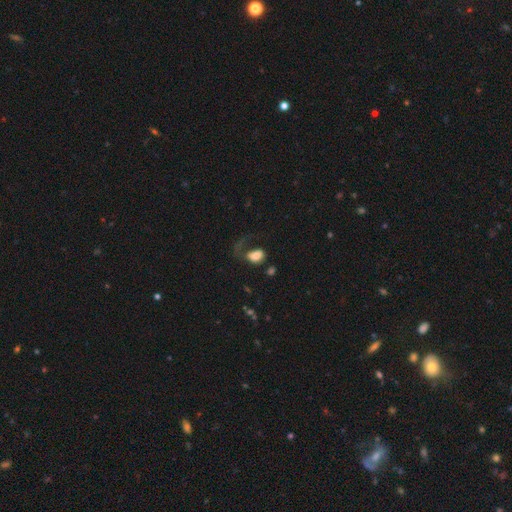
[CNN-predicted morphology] smooth-or-featured: smooth: 71% | featured or disk: 20% | star or artifact: 9%
  how-rounded: in between: 77% | round: 21% | cigar-shaped: 1%
  merging: major disturbance: 46% | none: 32% | minor disturbance: 15% | merger: 6%